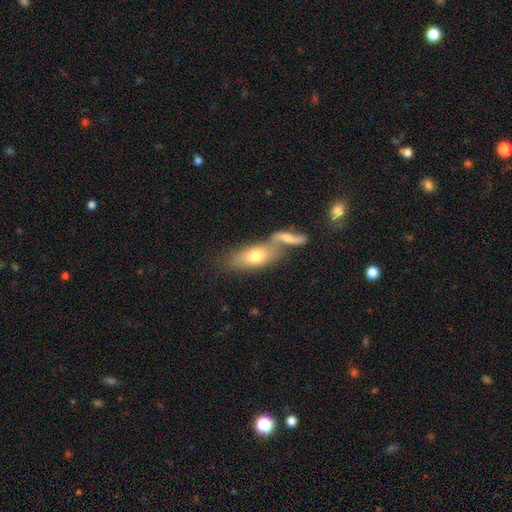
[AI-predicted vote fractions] Smooth or featured: smooth — 67% (featured or disk — 27%)
How rounded: in between — 78% (cigar-shaped — 17%)
Merging: merger — 53% (none — 31%)